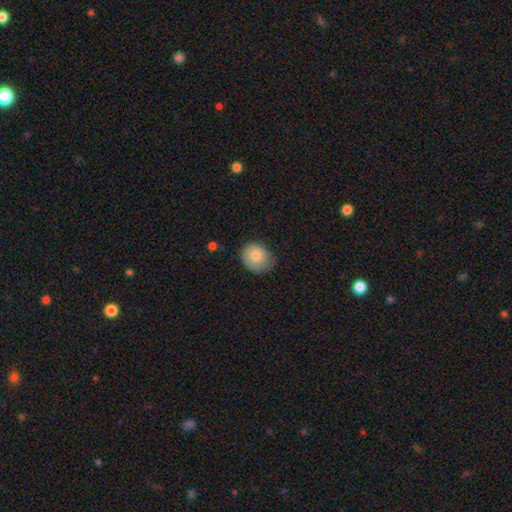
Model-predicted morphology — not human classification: This is likely a smooth galaxy (79%). How rounded: likely round (69%). Merging: possibly none (60%).